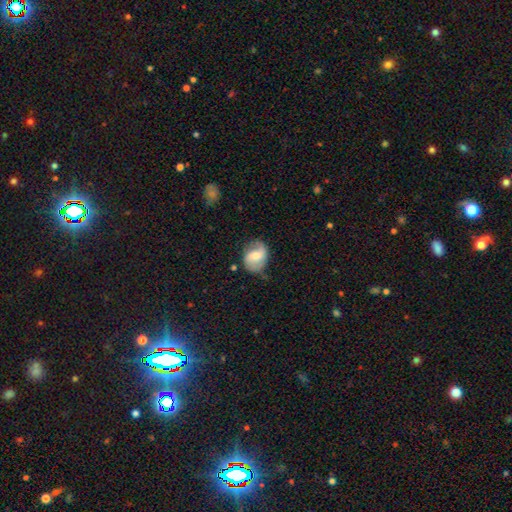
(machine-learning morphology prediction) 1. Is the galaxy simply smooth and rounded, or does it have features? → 56% featured or disk, 37% smooth, 7% star or artifact.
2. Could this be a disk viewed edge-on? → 97% no, 3% yes.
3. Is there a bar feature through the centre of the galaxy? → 43% weak, 41% no, 16% strong.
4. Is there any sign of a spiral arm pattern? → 83% yes, 17% no.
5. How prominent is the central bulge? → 60% moderate, 32% small, 5% large, 2% none, 1% dominant.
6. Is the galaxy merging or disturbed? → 66% none, 25% minor disturbance, 7% major disturbance, 2% merger.